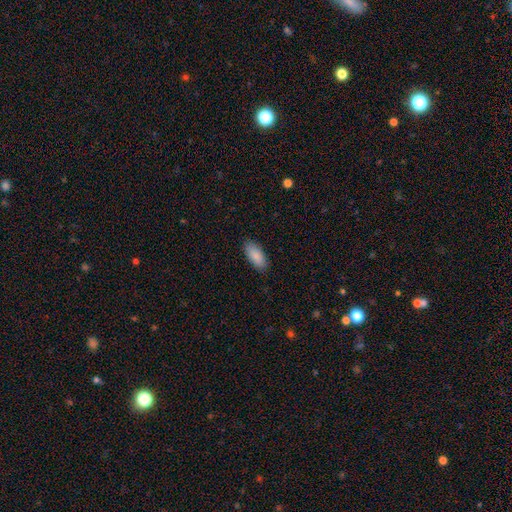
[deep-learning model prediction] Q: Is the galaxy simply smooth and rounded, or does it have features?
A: smooth — 89%.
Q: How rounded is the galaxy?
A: in between — 90%.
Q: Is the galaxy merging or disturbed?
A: none — 87%.